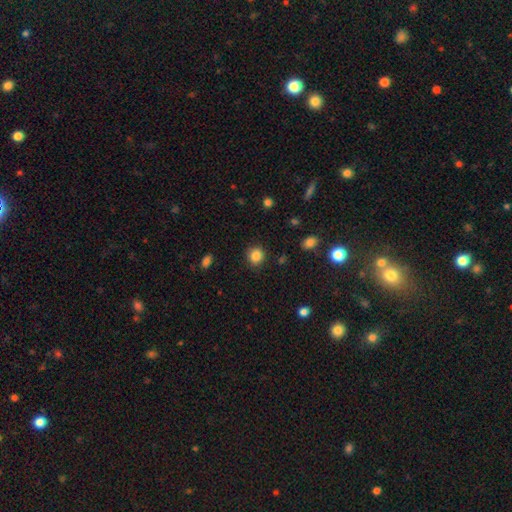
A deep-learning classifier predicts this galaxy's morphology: smooth_or_featured: smooth (p=0.85) [alt: star or artifact p=0.11]
how_rounded: round (p=0.87) [alt: in between p=0.12]
merging: none (p=0.89) [alt: minor disturbance p=0.07]